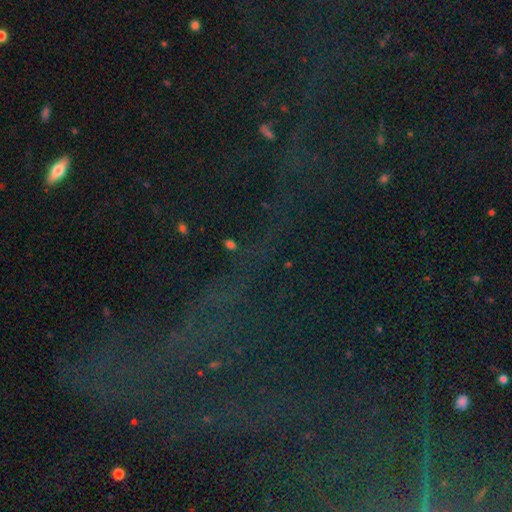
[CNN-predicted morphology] Smooth or featured: star or artifact — 77% (smooth — 13%)